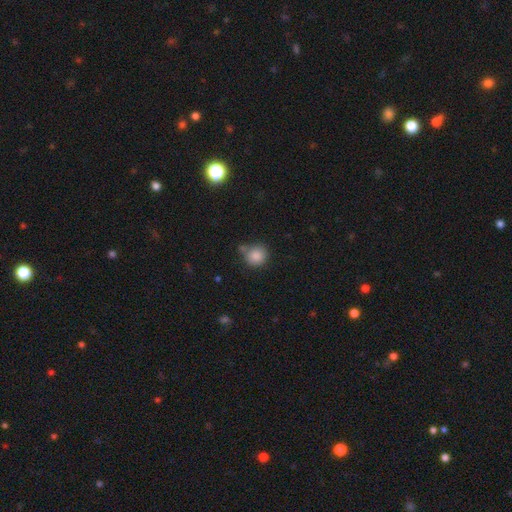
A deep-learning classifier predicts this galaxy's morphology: Smooth or featured?
  - smooth: 86% *
  - star or artifact: 9%
  - featured or disk: 5%
How rounded?
  - round: 88% *
  - in between: 11%
  - cigar-shaped: 1%
Merging?
  - none: 64% *
  - minor disturbance: 18%
  - merger: 13%
  - major disturbance: 5%